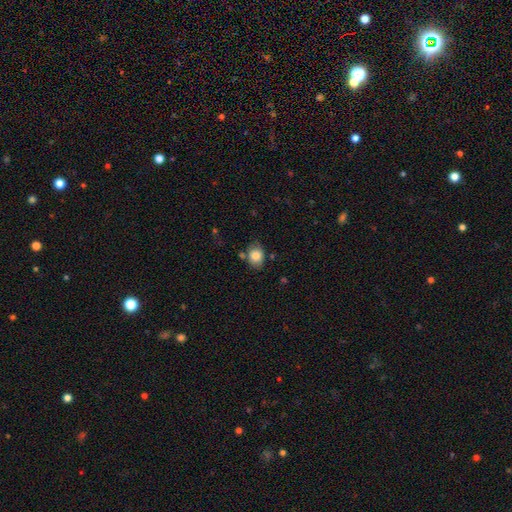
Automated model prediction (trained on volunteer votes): Smooth or featured?
  - smooth: 82% *
  - featured or disk: 9%
  - star or artifact: 9%
How rounded?
  - in between: 55% *
  - round: 44%
  - cigar-shaped: 1%
Merging?
  - none: 67% *
  - minor disturbance: 21%
  - merger: 8%
  - major disturbance: 5%